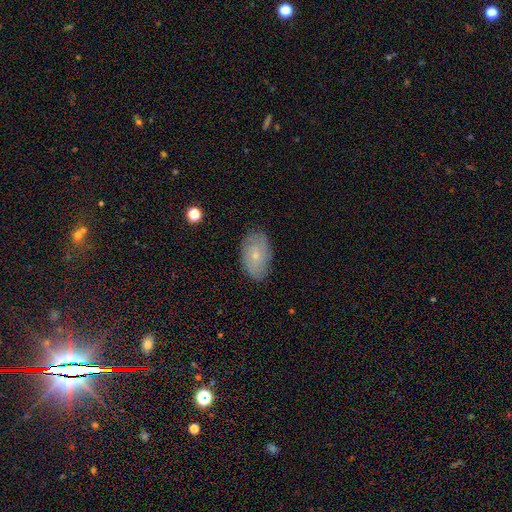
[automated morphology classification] smooth 51%, featured or disk 40%, star or artifact 8%. Down the decision tree: how rounded — in between (91%); merging — none (82%).